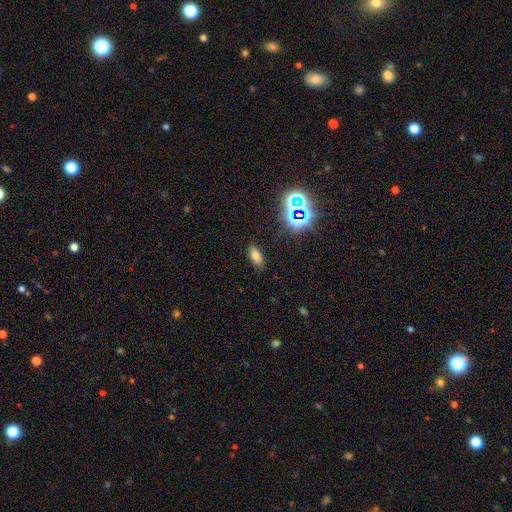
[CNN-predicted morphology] Q: Smooth or featured?
A: smooth (69%); runner-up: star or artifact (20%)
Q: How rounded?
A: in between (83%); runner-up: cigar-shaped (12%)
Q: Merging?
A: none (86%); runner-up: minor disturbance (9%)